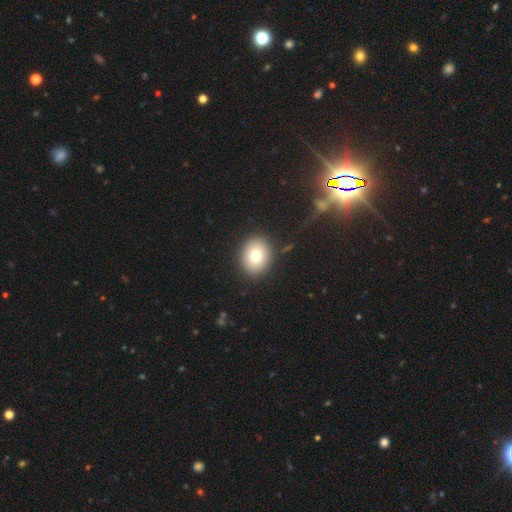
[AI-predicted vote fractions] This is likely a smooth galaxy (77%). How rounded: possibly round (59%). Merging: clearly none (89%).